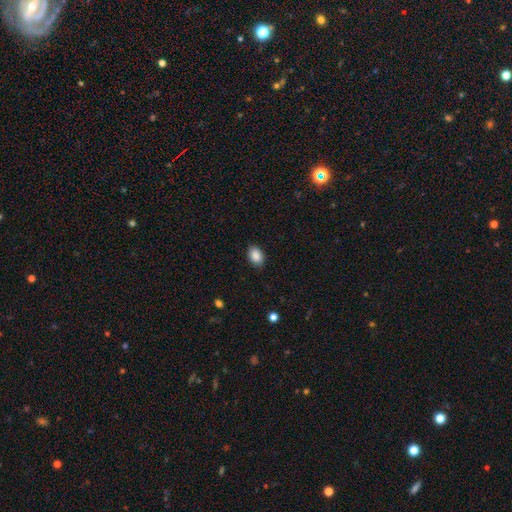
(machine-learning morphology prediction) Q: Smooth or featured?
A: smooth (88%); runner-up: star or artifact (8%)
Q: How rounded?
A: in between (84%); runner-up: round (15%)
Q: Merging?
A: none (87%); runner-up: minor disturbance (10%)